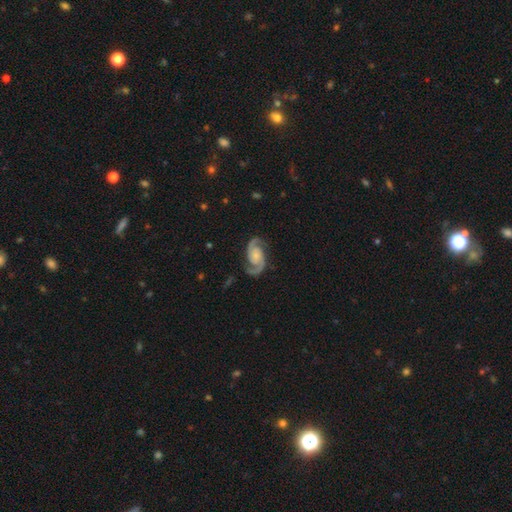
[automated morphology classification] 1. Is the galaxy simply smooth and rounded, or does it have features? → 93% featured or disk, 4% star or artifact, 3% smooth.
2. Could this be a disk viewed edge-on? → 98% no, 2% yes.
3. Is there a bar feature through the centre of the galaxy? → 64% no, 26% weak, 9% strong.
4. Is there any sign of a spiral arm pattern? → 99% yes, 1% no.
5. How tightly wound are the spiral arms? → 57% medium, 24% tight, 19% loose.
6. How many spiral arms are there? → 95% 2, 1% can't tell, 1% 1, 1% 3, 1% 4, 1% more than 4.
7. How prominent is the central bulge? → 47% small, 25% moderate, 20% none, 6% large, 2% dominant.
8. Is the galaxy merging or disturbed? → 81% none, 12% minor disturbance, 5% major disturbance, 1% merger.